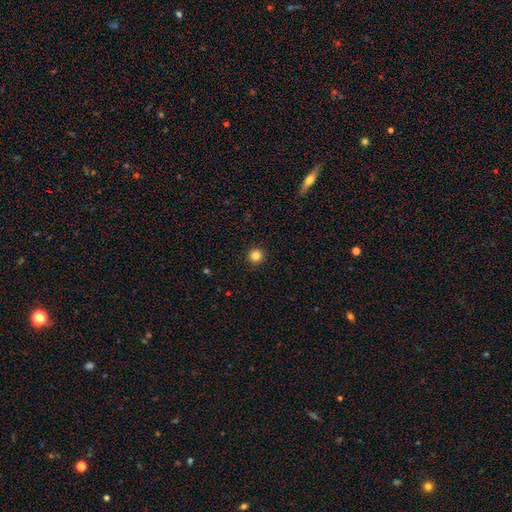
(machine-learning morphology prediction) Overall: smooth (83%). How rounded: round (95%). Merging: none (93%).